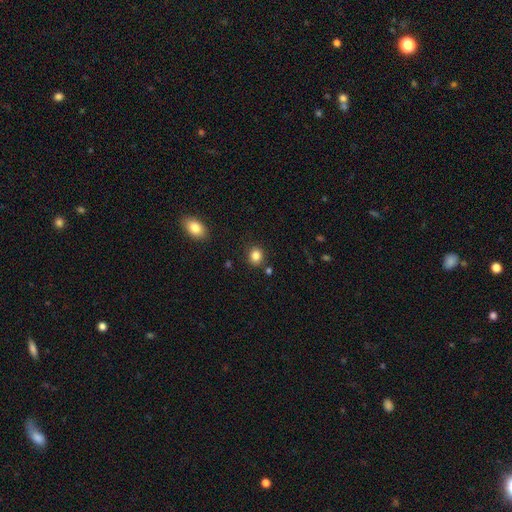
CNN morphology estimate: A smooth galaxy with no disk features (84%) that is round (75%). Merging: none (85%).